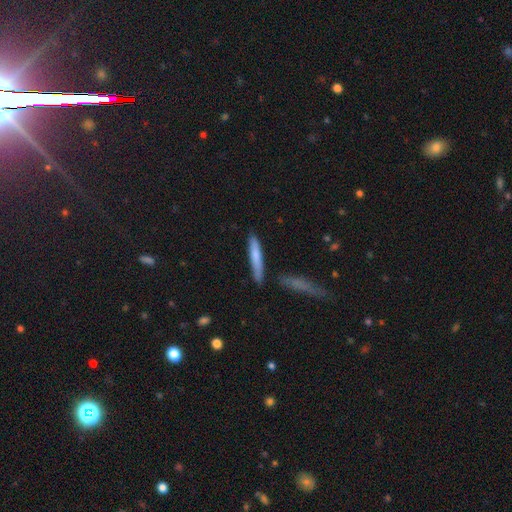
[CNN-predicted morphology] This is likely a smooth galaxy (72%). How rounded: clearly cigar-shaped (92%). Merging: likely none (79%).